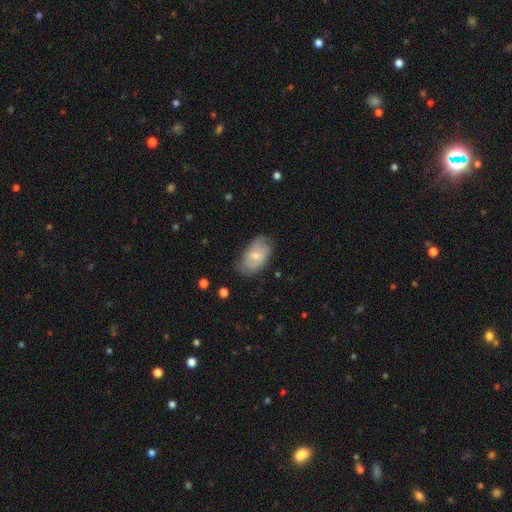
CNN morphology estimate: type=smooth (54%); roundness=in between (91%); merging=none (66%).